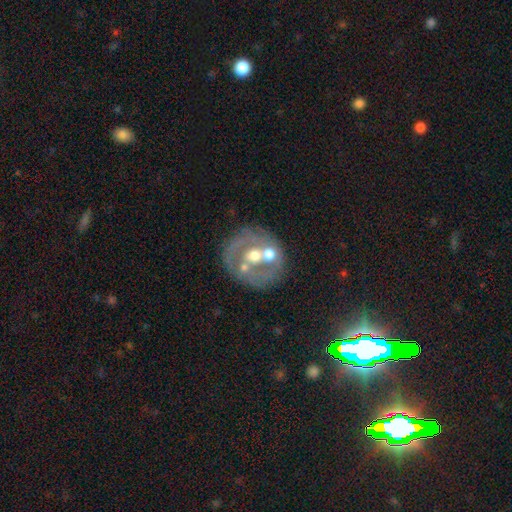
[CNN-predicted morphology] Q: Smooth or featured?
A: featured or disk (69%); runner-up: smooth (20%)
Q: Edge-on disk?
A: no (97%); runner-up: yes (3%)
Q: Bar?
A: no (67%); runner-up: weak (24%)
Q: Spiral arms?
A: no (58%); runner-up: yes (42%)
Q: Bulge size?
A: moderate (67%); runner-up: small (21%)
Q: Merging?
A: none (50%); runner-up: merger (28%)